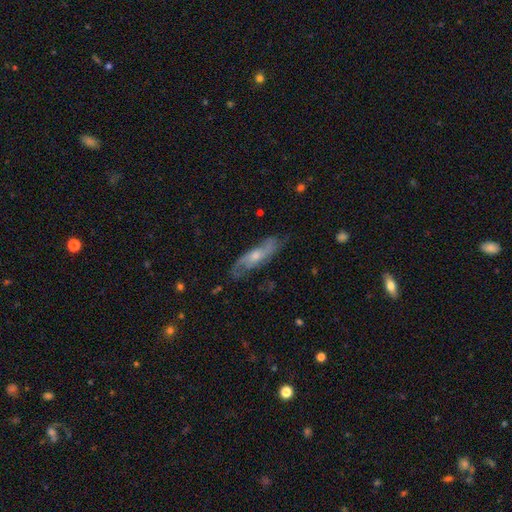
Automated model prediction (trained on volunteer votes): The model was most divided on "edge-on disk": no: 71%, yes: 29%. More confident: merging — none (70%); smooth or featured — featured or disk (68%).